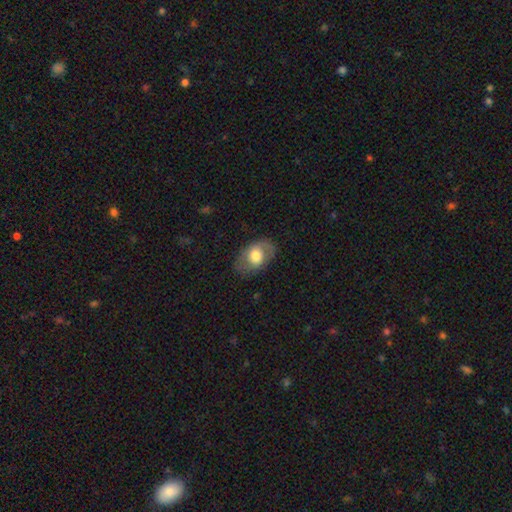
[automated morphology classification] Smooth or featured? Predicted: smooth (p=0.55). How rounded? Predicted: in between (p=0.81). Merging? Predicted: none (p=0.72).